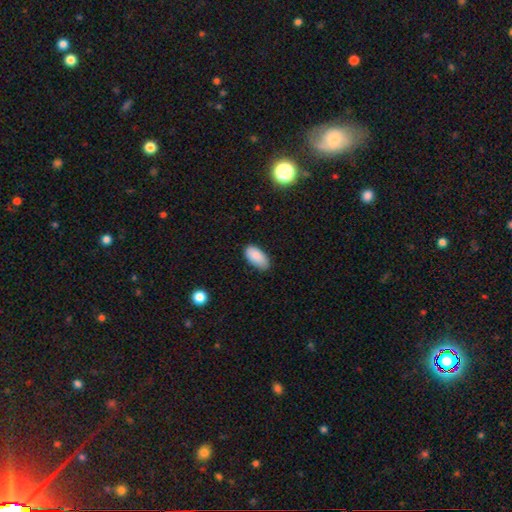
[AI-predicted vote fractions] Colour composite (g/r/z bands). It shows a smooth galaxy with no disk features (88%) that is in between round and cigar-shaped (95%). Merging: none (77%).